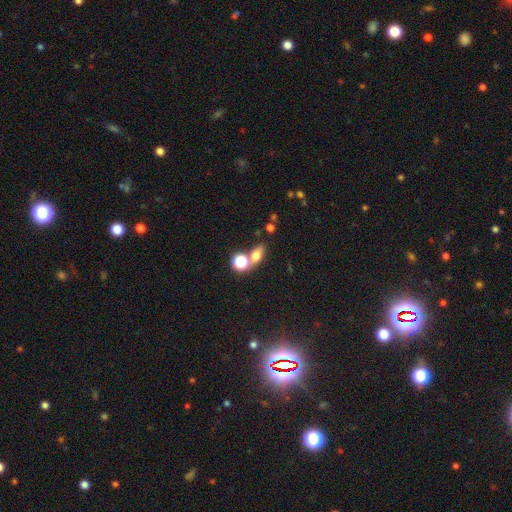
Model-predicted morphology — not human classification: Smooth or featured? smooth (68%)
How rounded? in between (65%)
Merging? none (56%)